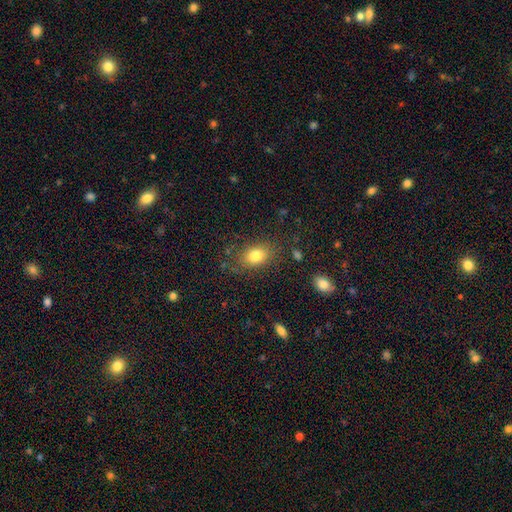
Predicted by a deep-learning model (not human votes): The model was most divided on "how rounded": in between: 79%, round: 19%, cigar-shaped: 2%. More confident: smooth or featured — smooth (80%); merging — none (79%).